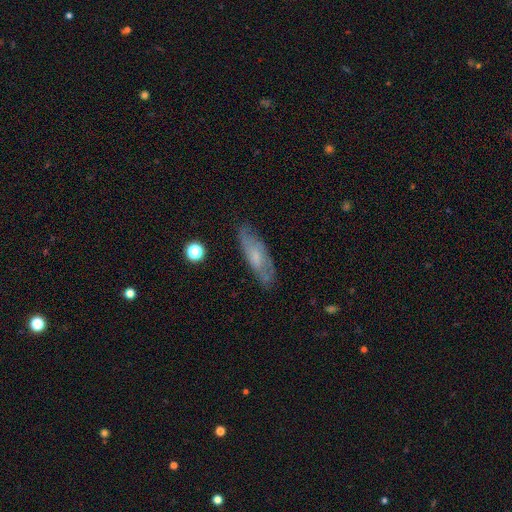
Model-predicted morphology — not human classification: The model was most divided on "smooth or featured": featured or disk: 49%, smooth: 44%, star or artifact: 7%. More confident: merging — none (76%).